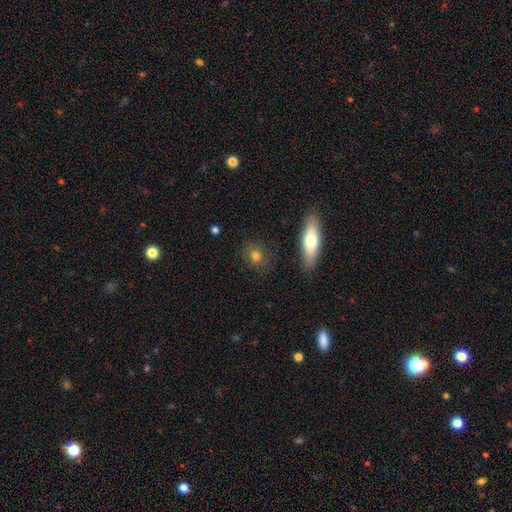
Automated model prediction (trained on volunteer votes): A smooth galaxy with no disk features (75%) that is round (60%). Merging: none (84%).